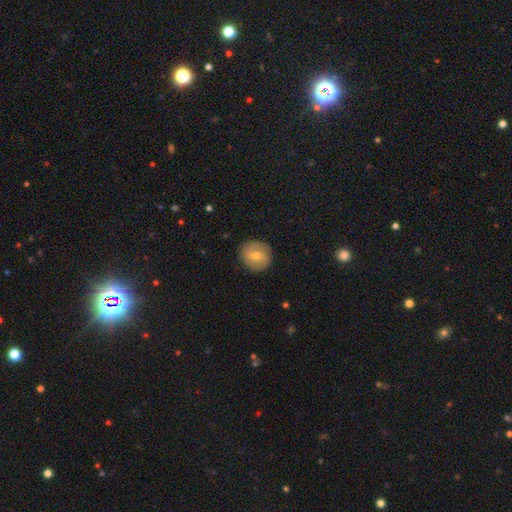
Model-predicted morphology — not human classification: Smooth or featured? Predicted: smooth (p=0.59). How rounded? Predicted: round (p=0.91). Merging? Predicted: none (p=0.88).